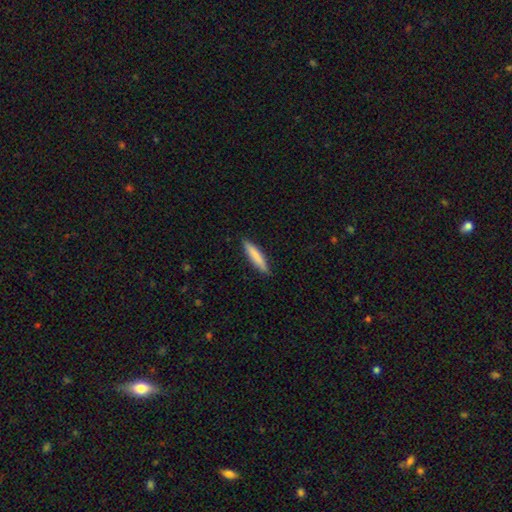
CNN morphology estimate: smooth_or_featured: smooth (p=0.79) [alt: featured or disk p=0.15]
how_rounded: cigar-shaped (p=0.87) [alt: in between p=0.11]
merging: none (p=0.89) [alt: minor disturbance p=0.08]